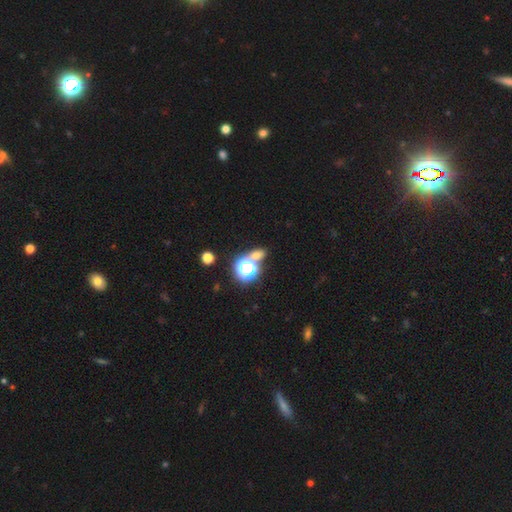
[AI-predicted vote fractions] Smooth or featured? smooth (53%)
How rounded? round (51%)
Merging? none (59%)